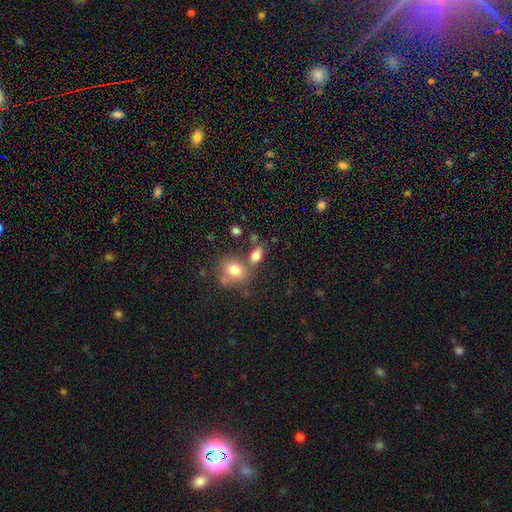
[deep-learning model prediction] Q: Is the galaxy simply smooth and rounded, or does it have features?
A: smooth — 78%.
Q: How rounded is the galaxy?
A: in between — 78%.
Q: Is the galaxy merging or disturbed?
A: none — 54%.